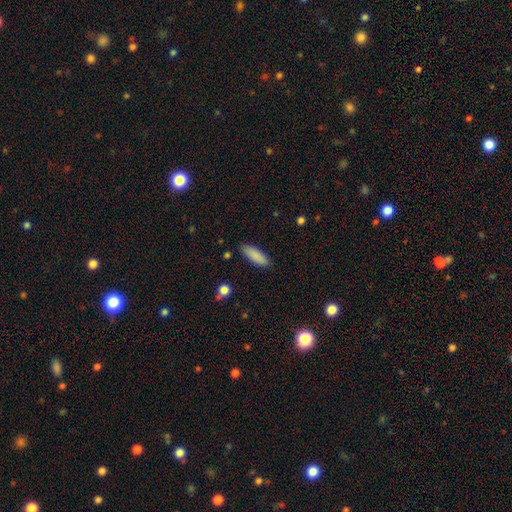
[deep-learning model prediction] Q: Smooth or featured?
A: smooth (88%); runner-up: star or artifact (6%)
Q: How rounded?
A: in between (57%); runner-up: cigar-shaped (41%)
Q: Merging?
A: none (86%); runner-up: minor disturbance (10%)